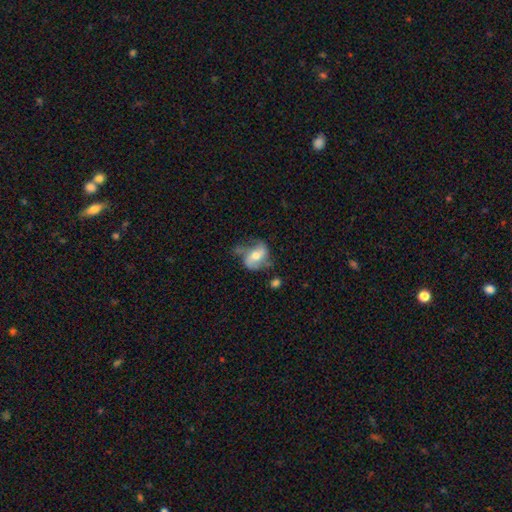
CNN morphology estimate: A featured or disk galaxy (62%) with no bar (43%), spiral arms (82%) and a moderate central bulge (66%).

Vote fractions:
- Smooth or featured? featured or disk: 62% / smooth: 30% / star or artifact: 8%
- Edge-on disk? no: 96% / yes: 4%
- Bar? no: 43% / weak: 36% / strong: 22%
- Spiral arms? yes: 82% / no: 18%
- Bulge size? moderate: 66% / small: 25% / large: 6% / none: 2% / dominant: 1%
- Merging? none: 51% / minor disturbance: 27% / major disturbance: 17% / merger: 5%